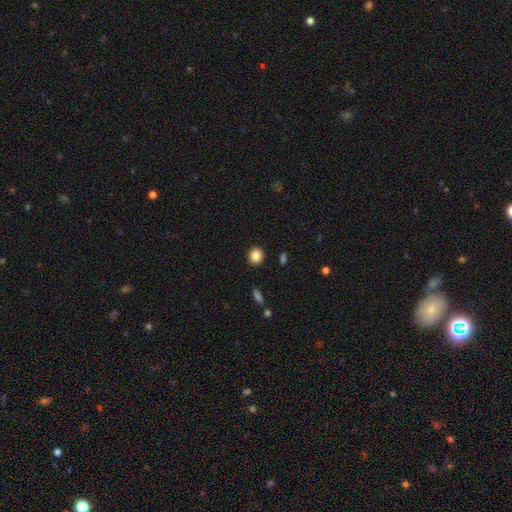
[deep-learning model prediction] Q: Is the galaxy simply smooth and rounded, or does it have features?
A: smooth — 86%.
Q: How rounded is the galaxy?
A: round — 80%.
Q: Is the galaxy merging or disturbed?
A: none — 91%.